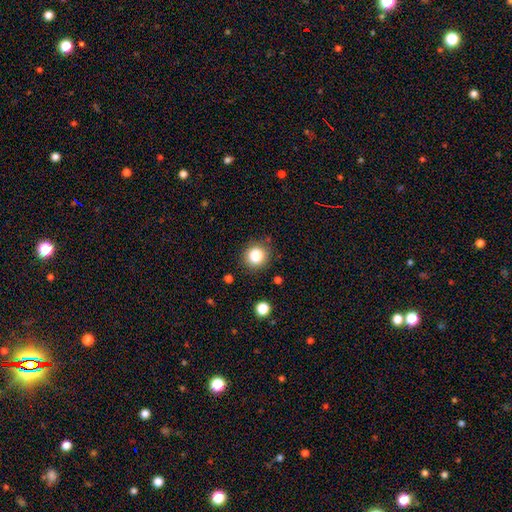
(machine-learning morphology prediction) A smooth galaxy with no disk features (85%) that is round (90%). Merging: none (83%).